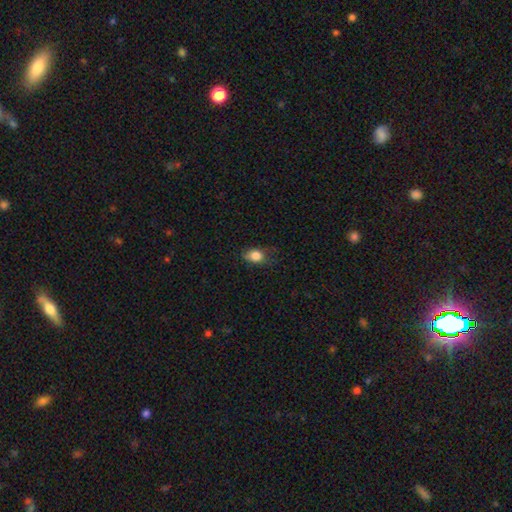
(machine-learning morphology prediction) This is clearly a smooth galaxy (83%). How rounded: likely in between (60%). Merging: likely none (61%).